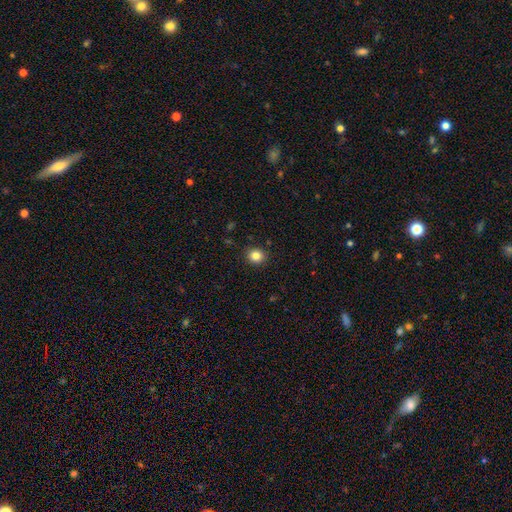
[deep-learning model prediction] Smooth or featured?
  - smooth: 83% *
  - star or artifact: 12%
  - featured or disk: 5%
How rounded?
  - round: 84% *
  - in between: 15%
  - cigar-shaped: 1%
Merging?
  - none: 91% *
  - minor disturbance: 6%
  - major disturbance: 2%
  - merger: 1%